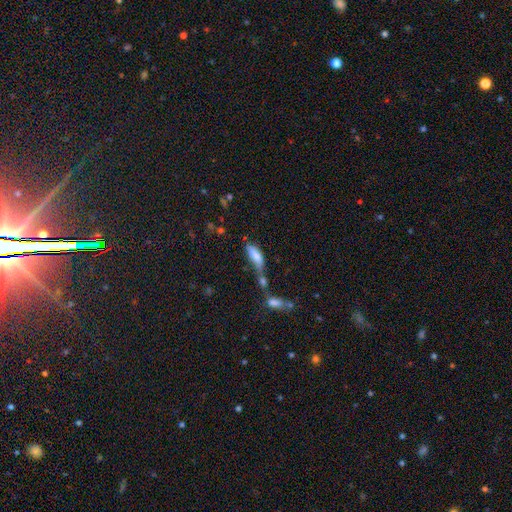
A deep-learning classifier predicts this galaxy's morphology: This is likely a smooth galaxy (75%). How rounded: likely in between (64%). Merging: possibly merger (50%).